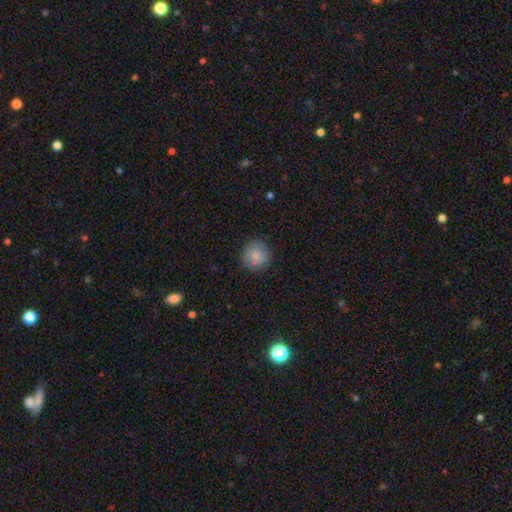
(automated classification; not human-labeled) A smooth galaxy with no disk features (81%) that is round (93%).

Vote fractions:
- Smooth or featured? smooth: 81% / featured or disk: 10% / star or artifact: 9%
- How rounded? round: 93% / in between: 6% / cigar-shaped: 1%
- Merging? none: 83% / minor disturbance: 11% / merger: 3% / major disturbance: 3%